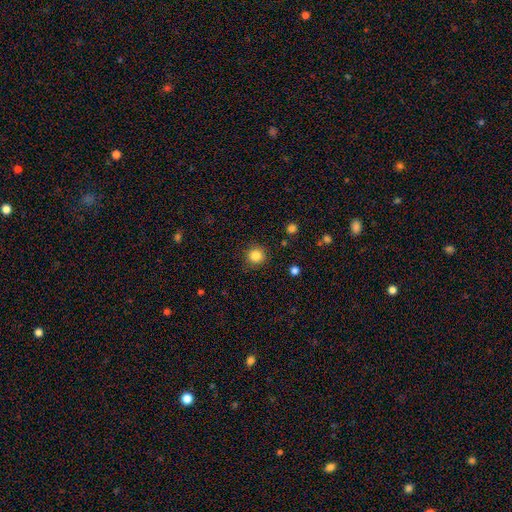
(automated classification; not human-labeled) Smooth or featured? smooth (84%)
How rounded? round (94%)
Merging? none (89%)